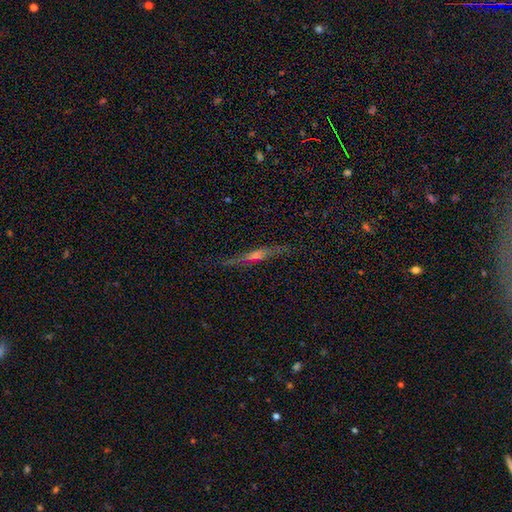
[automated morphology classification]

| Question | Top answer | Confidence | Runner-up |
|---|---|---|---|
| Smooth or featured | featured or disk | 67% | smooth (22%) |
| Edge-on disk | yes | 94% | no (6%) |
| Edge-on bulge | rounded | 63% | none (23%) |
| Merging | none | 83% | minor disturbance (12%) |